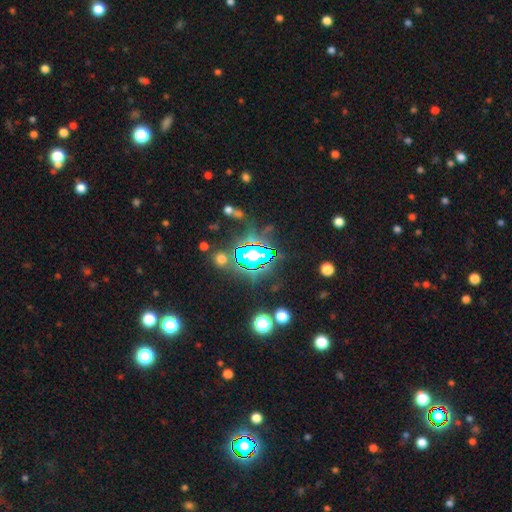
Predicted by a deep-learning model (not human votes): Smooth or featured? star or artifact (76%)